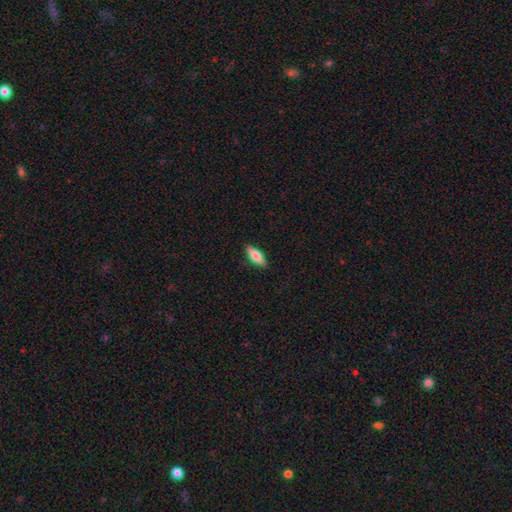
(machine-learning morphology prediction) A smooth galaxy with no disk features (75%) that is in between round and cigar-shaped (67%).

Vote fractions:
- Smooth or featured? smooth: 75% / featured or disk: 19% / star or artifact: 6%
- How rounded? in between: 67% / cigar-shaped: 30% / round: 2%
- Merging? none: 87% / minor disturbance: 10% / major disturbance: 2% / merger: 1%